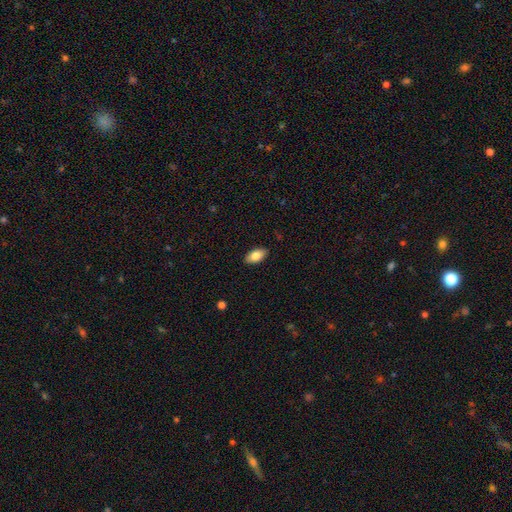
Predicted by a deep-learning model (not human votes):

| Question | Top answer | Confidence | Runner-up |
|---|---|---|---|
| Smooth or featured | smooth | 82% | featured or disk (12%) |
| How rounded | in between | 92% | cigar-shaped (4%) |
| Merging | none | 88% | minor disturbance (9%) |